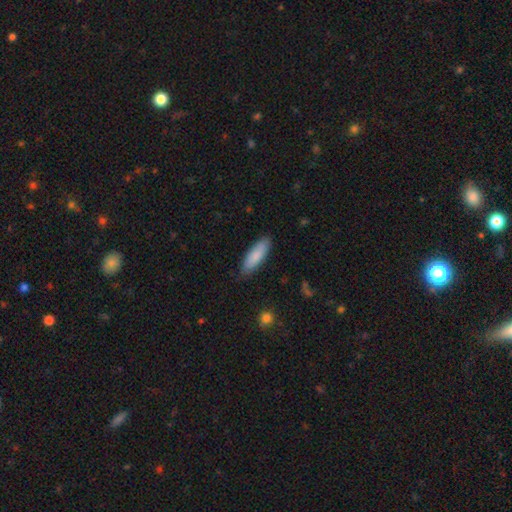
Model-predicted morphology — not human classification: smooth_or_featured: smooth (p=0.85) [alt: featured or disk p=0.10]
how_rounded: in between (p=0.50) [alt: cigar-shaped p=0.48]
merging: none (p=0.85) [alt: minor disturbance p=0.12]